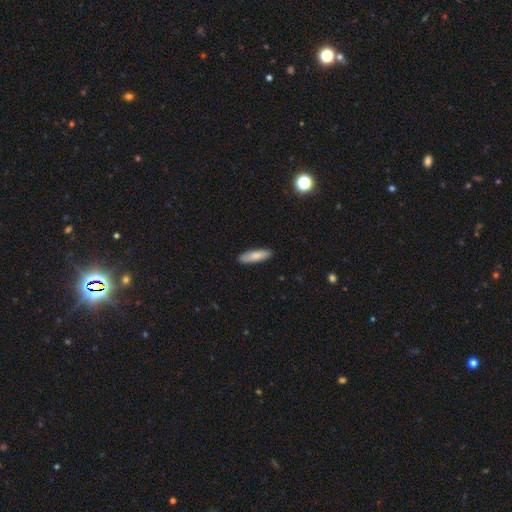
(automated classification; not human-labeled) This is clearly a smooth galaxy (83%). How rounded: possibly cigar-shaped (59%). Merging: clearly none (89%).